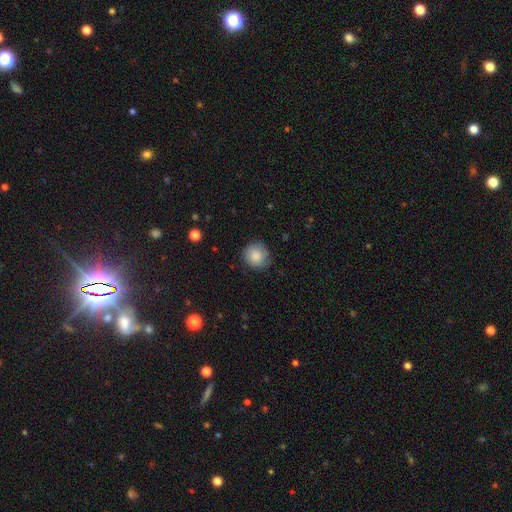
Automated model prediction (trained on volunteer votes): smooth_or_featured: smooth (p=0.86) [alt: star or artifact p=0.07]
how_rounded: round (p=0.89) [alt: in between p=0.10]
merging: none (p=0.81) [alt: minor disturbance p=0.15]